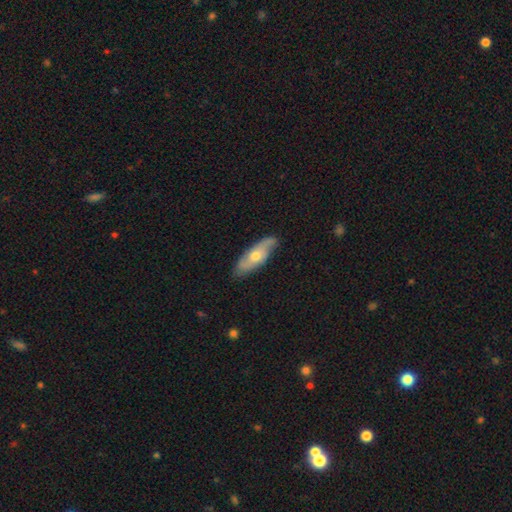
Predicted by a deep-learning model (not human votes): smooth_or_featured: featured or disk (p=0.53) [alt: smooth p=0.41]
disk_edge_on: no (p=0.71) [alt: yes p=0.29]
merging: none (p=0.78) [alt: minor disturbance p=0.17]